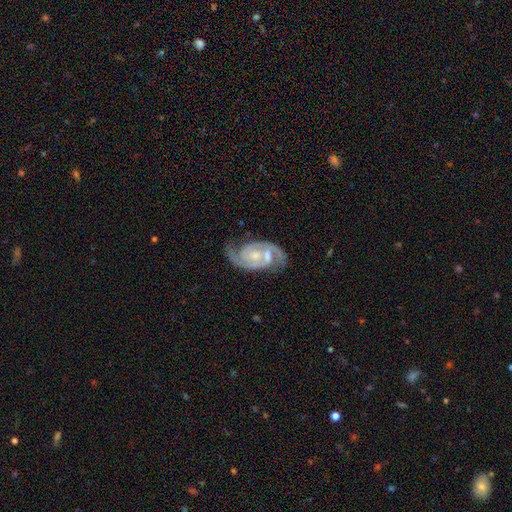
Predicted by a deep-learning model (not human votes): A featured or disk galaxy (91%) with no bar (49%), 2 (88%) medium (47%) spiral arms (98%) and a small central bulge (50%).

Vote fractions:
- Smooth or featured? featured or disk: 91% / star or artifact: 5% / smooth: 4%
- Edge-on disk? no: 97% / yes: 3%
- Bar? no: 49% / weak: 39% / strong: 13%
- Spiral arms? yes: 98% / no: 2%
- Spiral winding? medium: 47% / tight: 45% / loose: 8%
- Spiral arm count? 2: 88% / 3: 6% / can't tell: 3% / 4: 1% / 1: 1% / more than 4: 1%
- Bulge size? small: 50% / moderate: 42% / none: 5% / large: 2% / dominant: 1%
- Merging? none: 70% / minor disturbance: 18% / major disturbance: 6% / merger: 6%